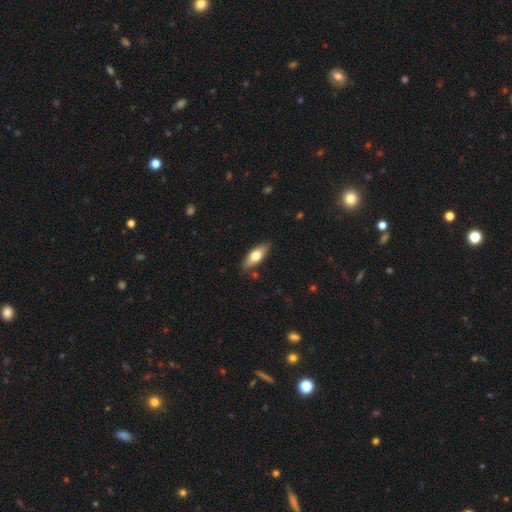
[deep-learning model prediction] Smooth or featured: smooth — 65% (featured or disk — 29%)
How rounded: in between — 71% (cigar-shaped — 26%)
Merging: none — 85% (minor disturbance — 11%)